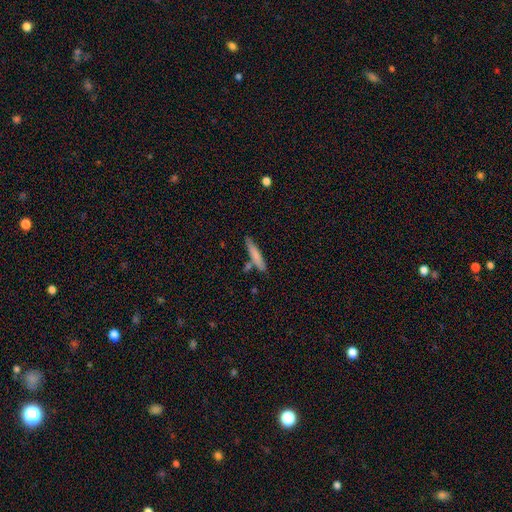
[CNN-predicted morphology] Q: Smooth or featured?
A: smooth (73%); runner-up: featured or disk (21%)
Q: How rounded?
A: cigar-shaped (91%); runner-up: in between (7%)
Q: Merging?
A: none (76%); runner-up: minor disturbance (13%)